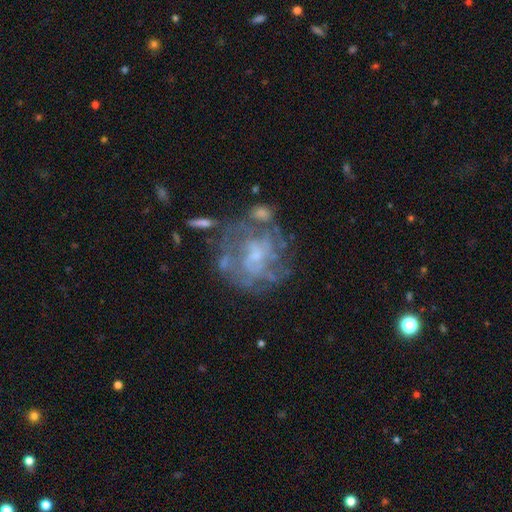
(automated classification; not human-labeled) smooth_or_featured: featured or disk (p=0.73) [alt: smooth p=0.17]
disk_edge_on: no (p=0.97) [alt: yes p=0.03]
bar: no (p=0.66) [alt: weak p=0.29]
has_spiral_arms: yes (p=0.53) [alt: no p=0.47]
bulge_size: small (p=0.53) [alt: moderate p=0.25]
merging: none (p=0.52) [alt: major disturbance p=0.19]